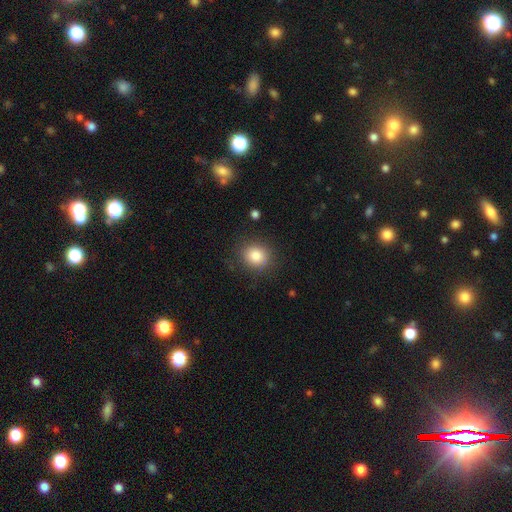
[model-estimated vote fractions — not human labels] A smooth galaxy with no disk features (84%) that is round (78%).

Vote fractions:
- Smooth or featured? smooth: 84% / star or artifact: 10% / featured or disk: 7%
- How rounded? round: 78% / in between: 21% / cigar-shaped: 1%
- Merging? none: 85% / minor disturbance: 10% / major disturbance: 3% / merger: 1%